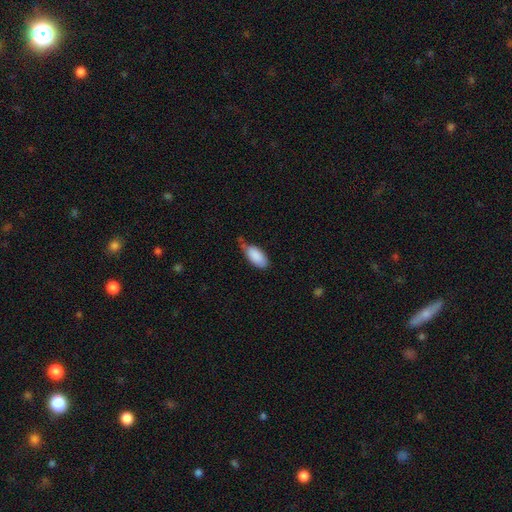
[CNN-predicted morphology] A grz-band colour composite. It shows a smooth galaxy with no disk features (88%) that is in between round and cigar-shaped (91%). Merging: none (49%).